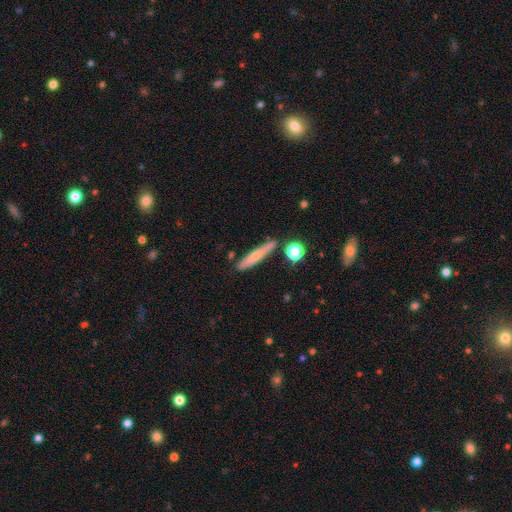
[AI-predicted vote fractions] smooth_or_featured: smooth (p=0.58) [alt: featured or disk p=0.34]
how_rounded: cigar-shaped (p=0.90) [alt: in between p=0.08]
merging: none (p=0.81) [alt: minor disturbance p=0.12]